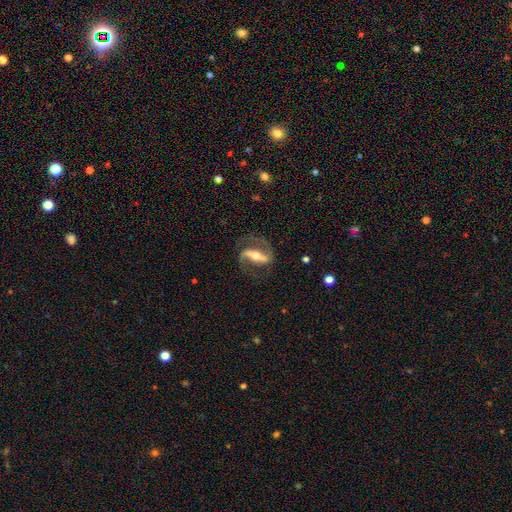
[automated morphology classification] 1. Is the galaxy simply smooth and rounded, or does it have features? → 89% featured or disk, 6% smooth, 5% star or artifact.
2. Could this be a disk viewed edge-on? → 94% no, 6% yes.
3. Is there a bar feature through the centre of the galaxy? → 64% strong, 23% weak, 13% no.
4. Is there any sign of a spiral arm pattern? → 96% yes, 4% no.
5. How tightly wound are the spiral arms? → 55% medium, 29% loose, 16% tight.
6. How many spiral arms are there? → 92% 2, 3% 1, 2% can't tell, 1% 3, 1% 4, 1% more than 4.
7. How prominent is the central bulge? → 61% moderate, 29% small, 7% large, 2% none, 1% dominant.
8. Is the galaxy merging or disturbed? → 76% none, 13% minor disturbance, 10% major disturbance, 2% merger.